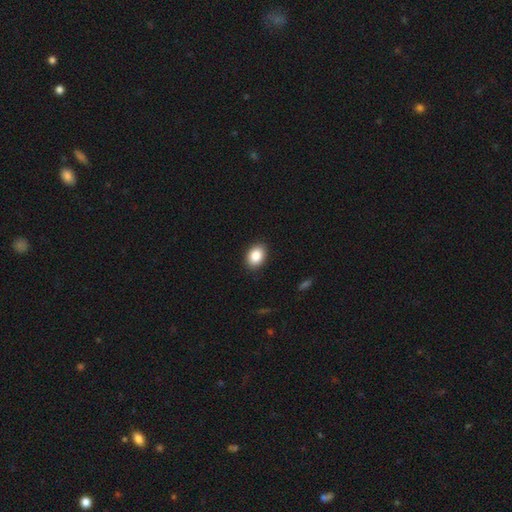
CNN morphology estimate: A smooth galaxy with no disk features (86%) that is in between round and cigar-shaped (72%).

Vote fractions:
- Smooth or featured? smooth: 86% / star or artifact: 8% / featured or disk: 6%
- How rounded? in between: 72% / round: 26% / cigar-shaped: 1%
- Merging? none: 89% / minor disturbance: 8% / major disturbance: 2% / merger: 1%